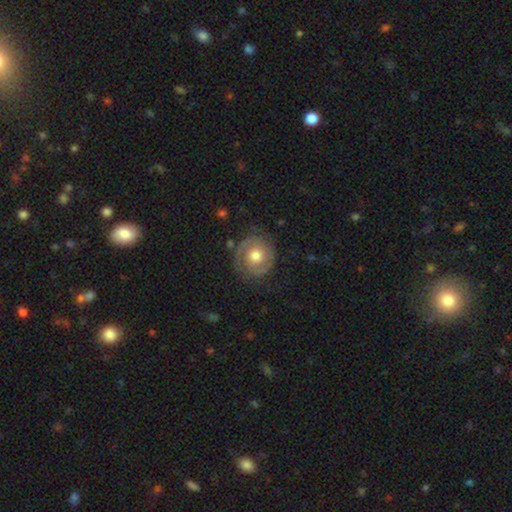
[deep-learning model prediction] Smooth or featured? featured or disk (71%)
Edge-on disk? no (98%)
Bar? no (77%)
Spiral arms? yes (86%)
Spiral winding? tight (60%)
Spiral arm count? 2 (76%)
Bulge size? moderate (75%)
Merging? none (79%)